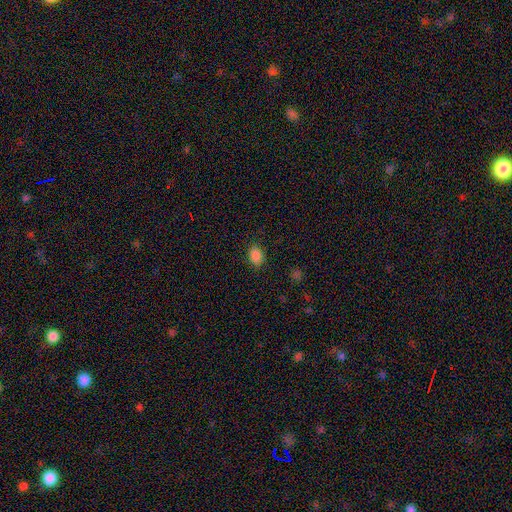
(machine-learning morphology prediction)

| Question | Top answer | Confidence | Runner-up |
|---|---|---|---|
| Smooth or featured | smooth | 85% | star or artifact (11%) |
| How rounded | in between | 75% | round (23%) |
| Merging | none | 84% | minor disturbance (12%) |